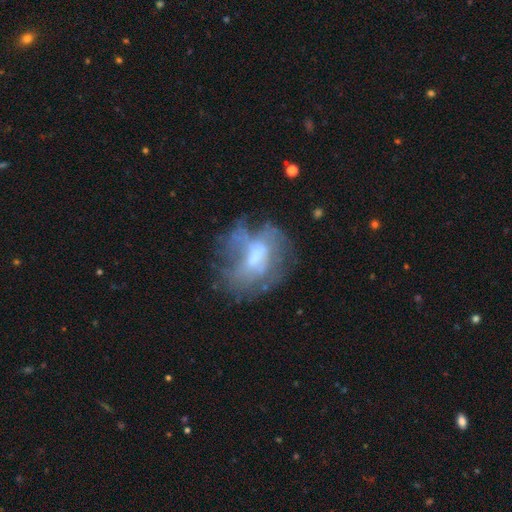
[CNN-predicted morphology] This appears to be a featured or disk galaxy (56%) with no bar (52%), no spiral arms (70%) and a moderate central bulge (43%). Merging: none (45%).